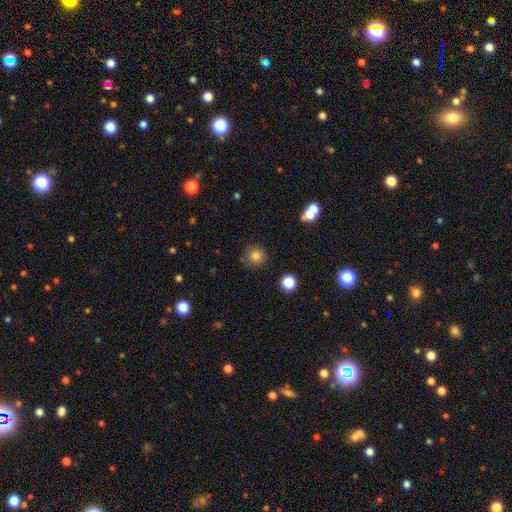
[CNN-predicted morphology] Smooth or featured: smooth — 82% (star or artifact — 12%)
How rounded: round — 93% (in between — 6%)
Merging: none — 86% (minor disturbance — 9%)